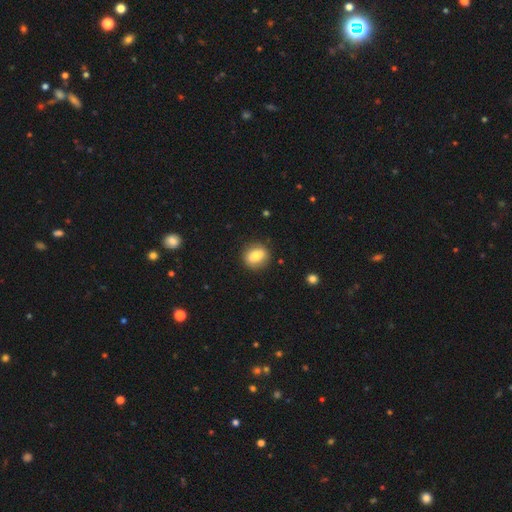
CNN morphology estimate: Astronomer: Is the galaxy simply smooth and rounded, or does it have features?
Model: smooth — 77%.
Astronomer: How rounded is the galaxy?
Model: round — 70%.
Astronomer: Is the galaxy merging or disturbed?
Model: none — 87%.